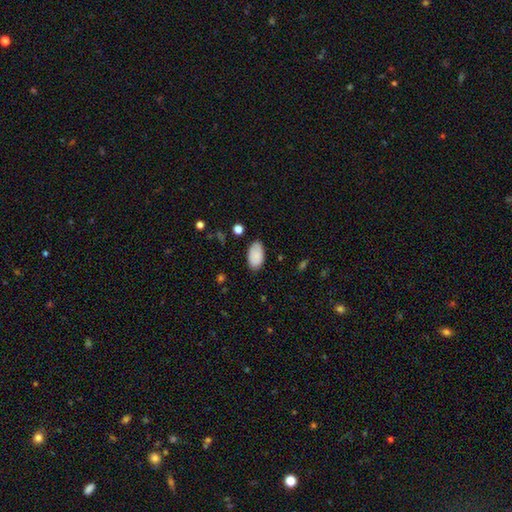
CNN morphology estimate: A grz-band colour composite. It shows a smooth galaxy with no disk features (88%) that is in between round and cigar-shaped (95%). Merging: none (83%).